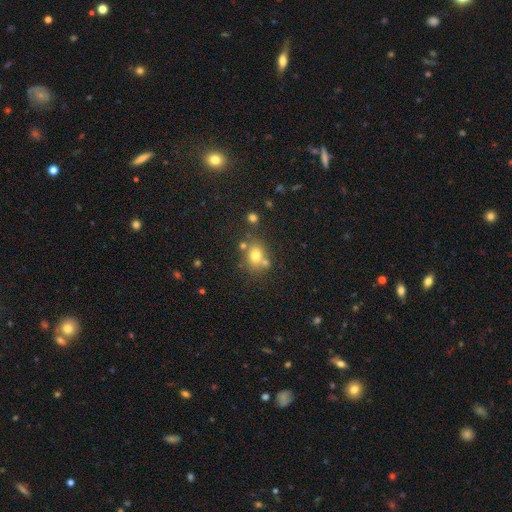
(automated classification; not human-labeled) Overall: smooth (73%). How rounded: round (52%; in between 47%). Merging: none (60%; merger 21%).